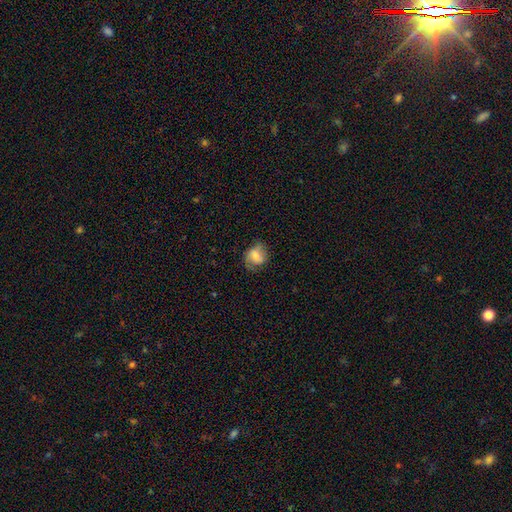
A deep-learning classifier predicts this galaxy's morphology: A smooth galaxy with no disk features (58%) that is round (56%). Merging: none (56%).